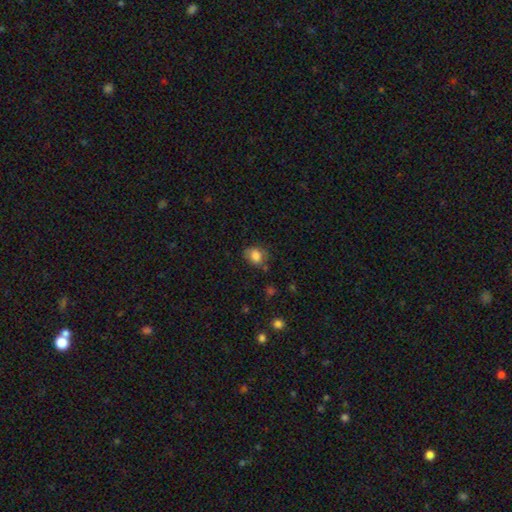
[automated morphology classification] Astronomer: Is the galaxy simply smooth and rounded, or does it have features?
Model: smooth — 79%.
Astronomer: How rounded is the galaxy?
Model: in between — 58% (runner-up: round, 41%).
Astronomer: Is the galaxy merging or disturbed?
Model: none — 62%.